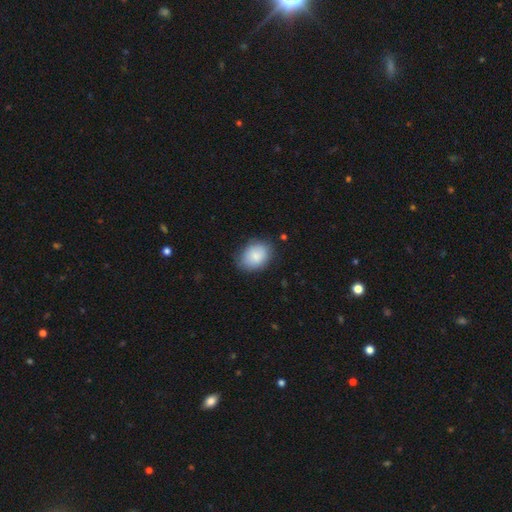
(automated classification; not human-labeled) smooth-or-featured: smooth: 85% | featured or disk: 8% | star or artifact: 7%
  how-rounded: in between: 67% | round: 32% | cigar-shaped: 1%
  merging: none: 78% | minor disturbance: 17% | major disturbance: 4% | merger: 1%